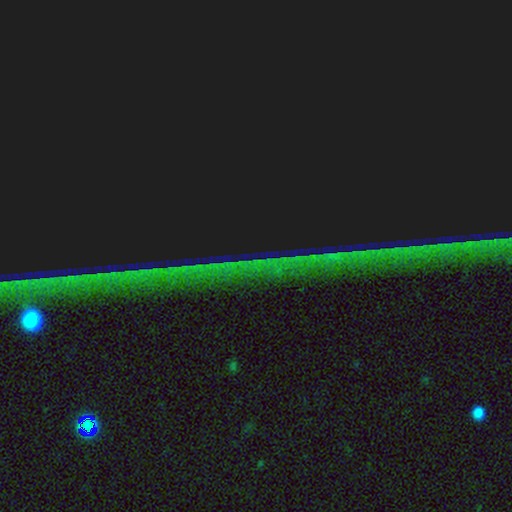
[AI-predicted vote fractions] Q: Smooth or featured?
A: star or artifact (86%); runner-up: featured or disk (9%)